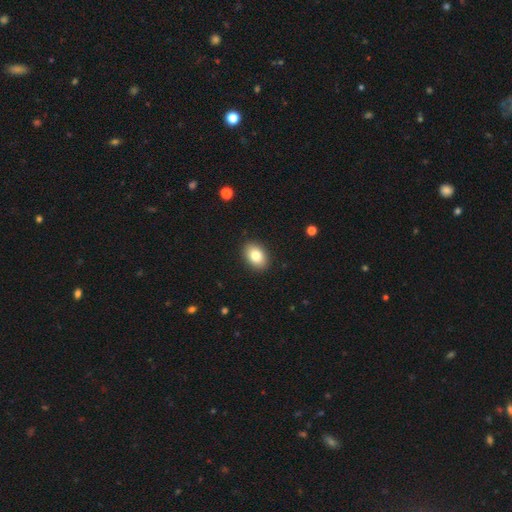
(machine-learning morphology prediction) Smooth or featured?
  - smooth: 82% *
  - featured or disk: 10%
  - star or artifact: 8%
How rounded?
  - in between: 83% *
  - round: 15%
  - cigar-shaped: 1%
Merging?
  - none: 90% *
  - minor disturbance: 7%
  - major disturbance: 2%
  - merger: 1%